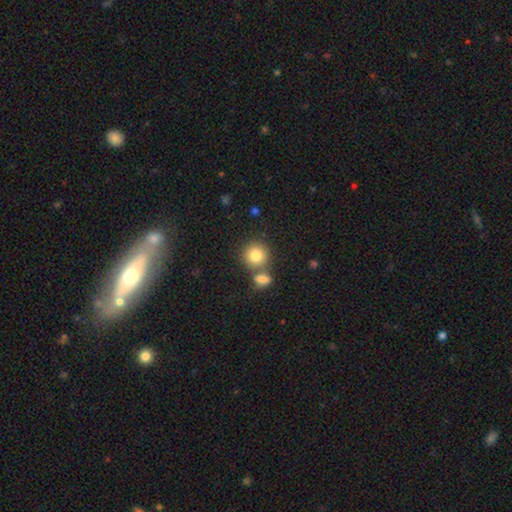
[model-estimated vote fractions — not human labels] Overall: smooth (82%). How rounded: round (87%). Merging: none (58%; merger 30%).